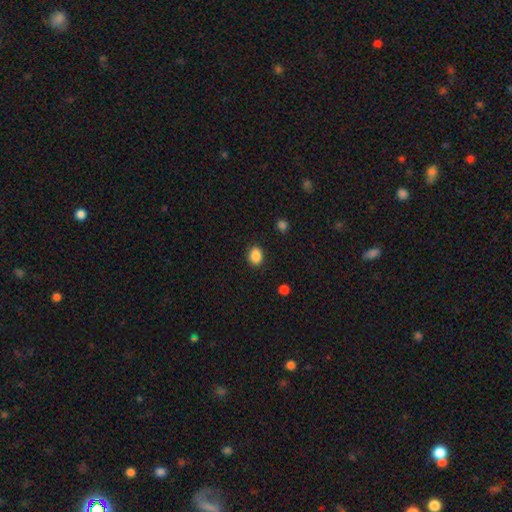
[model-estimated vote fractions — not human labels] Smooth or featured? smooth (88%)
How rounded? in between (53%)
Merging? none (89%)